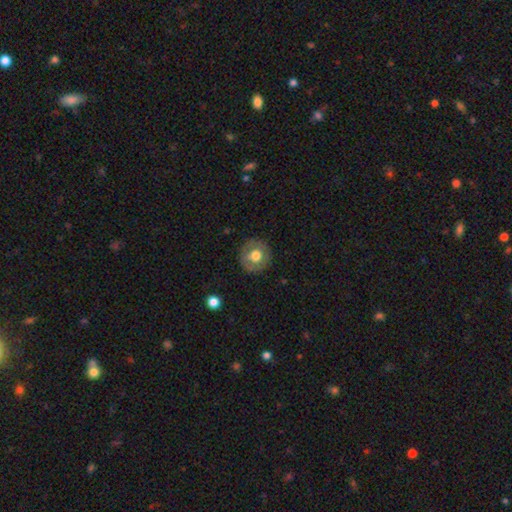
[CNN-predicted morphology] The model was most divided on "smooth or featured": smooth: 59%, featured or disk: 34%, star or artifact: 7%. More confident: how rounded — round (91%); merging — none (85%).